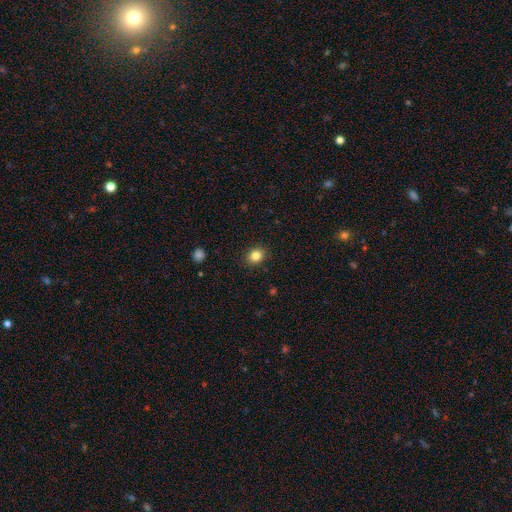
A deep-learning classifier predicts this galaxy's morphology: smooth_or_featured: smooth (p=0.83) [alt: star or artifact p=0.11]
how_rounded: round (p=0.63) [alt: in between p=0.36]
merging: none (p=0.90) [alt: minor disturbance p=0.07]